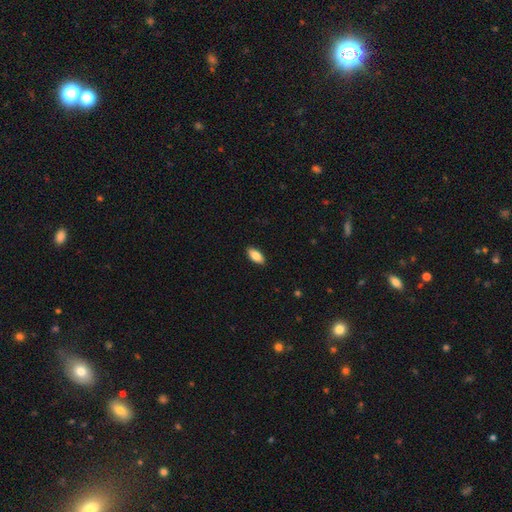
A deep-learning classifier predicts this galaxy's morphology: Smooth or featured? smooth (84%)
How rounded? in between (89%)
Merging? none (89%)